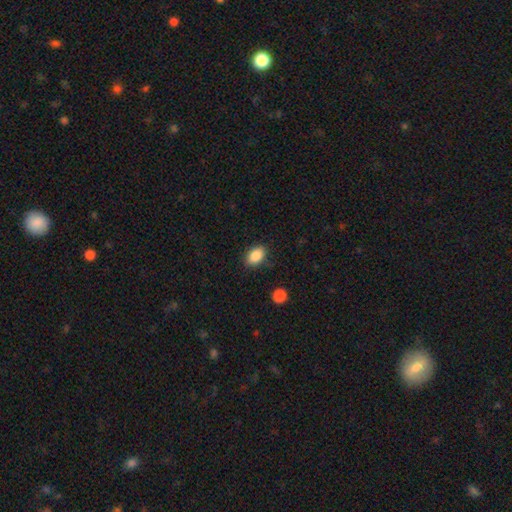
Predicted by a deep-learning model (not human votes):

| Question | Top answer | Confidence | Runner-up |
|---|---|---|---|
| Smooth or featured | smooth | 87% | star or artifact (8%) |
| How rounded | in between | 85% | round (14%) |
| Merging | none | 84% | minor disturbance (11%) |